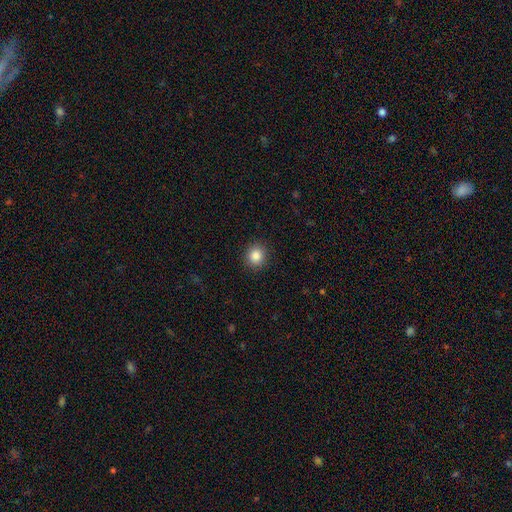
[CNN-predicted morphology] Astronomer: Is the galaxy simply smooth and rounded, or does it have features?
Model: smooth — 85%.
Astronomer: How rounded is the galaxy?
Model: round — 86%.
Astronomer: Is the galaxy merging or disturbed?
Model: none — 91%.